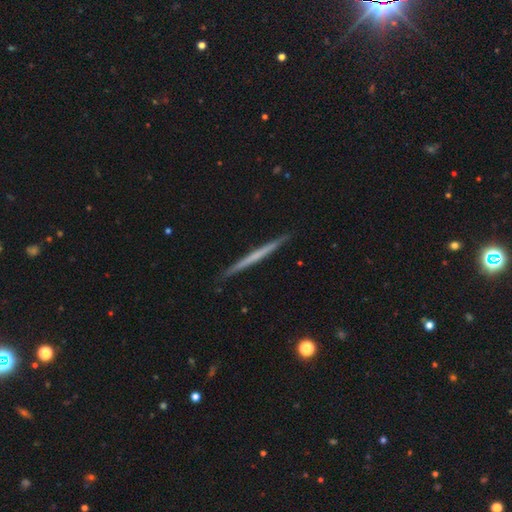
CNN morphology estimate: This is possibly a featured or disk galaxy (55%). It is clearly viewed edge-on (98%). Edge-on bulge: clearly none (90%). Merging: clearly none (91%).